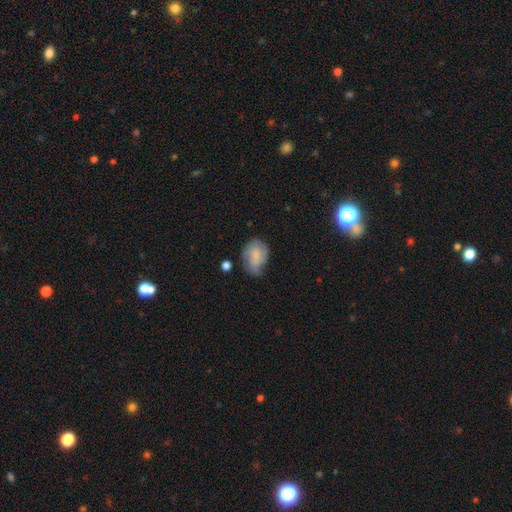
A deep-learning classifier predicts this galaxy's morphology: The model was most divided on "merging": none: 44%, minor disturbance: 36%, major disturbance: 17%, merger: 4%. More confident: how rounded — in between (61%); smooth or featured — smooth (53%).